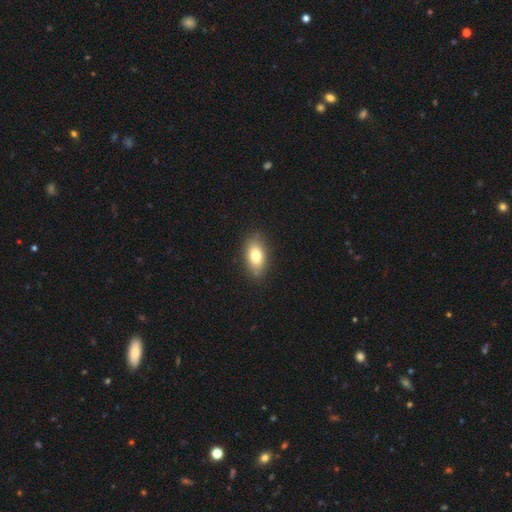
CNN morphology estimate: smooth-or-featured: smooth: 77% | featured or disk: 15% | star or artifact: 8%
  how-rounded: in between: 88% | round: 8% | cigar-shaped: 4%
  merging: none: 85% | minor disturbance: 11% | major disturbance: 3% | merger: 1%